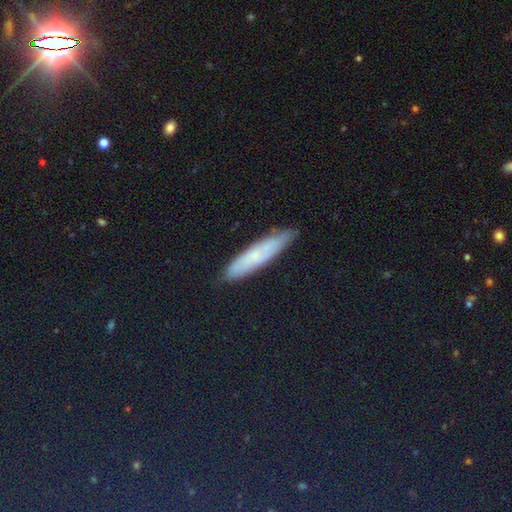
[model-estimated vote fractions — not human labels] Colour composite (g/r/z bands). It shows a smooth galaxy with no disk features (47%). Merging: none (81%).